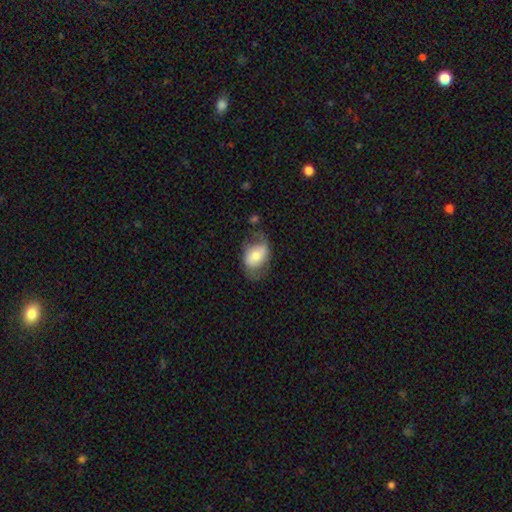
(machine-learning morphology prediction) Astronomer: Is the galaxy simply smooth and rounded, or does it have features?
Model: smooth — 55% (runner-up: featured or disk, 38%).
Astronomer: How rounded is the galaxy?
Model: in between — 80%.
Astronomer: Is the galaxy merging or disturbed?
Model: none — 52% (runner-up: minor disturbance, 28%).